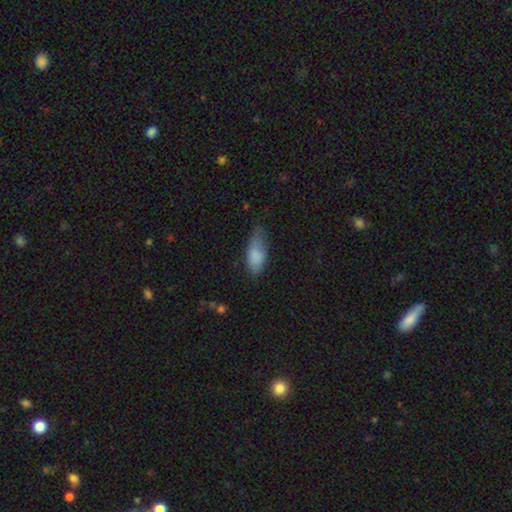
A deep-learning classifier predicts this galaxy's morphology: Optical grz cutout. It shows a smooth galaxy with no disk features (83%) that is in between round and cigar-shaped (82%). Merging: none (49%).